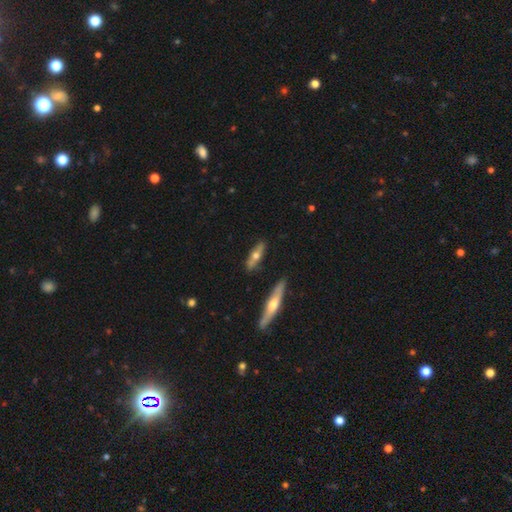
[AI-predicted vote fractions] smooth-or-featured: featured or disk: 54% | smooth: 40% | star or artifact: 6%
  disk-edge-on: yes: 84% | no: 16%
  merging: none: 82% | minor disturbance: 12% | merger: 4% | major disturbance: 3%